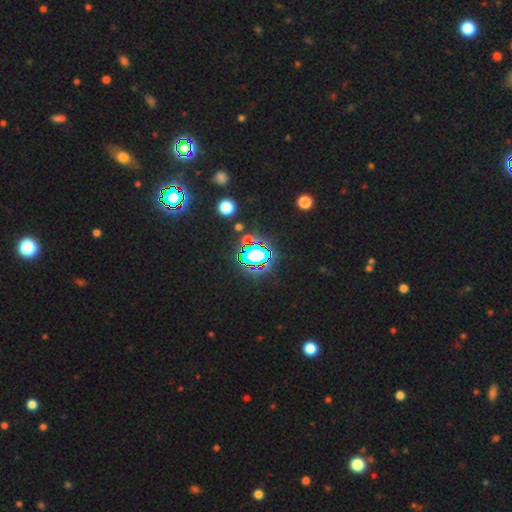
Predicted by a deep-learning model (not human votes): smooth-or-featured: star or artifact: 69% | smooth: 18% | featured or disk: 13%